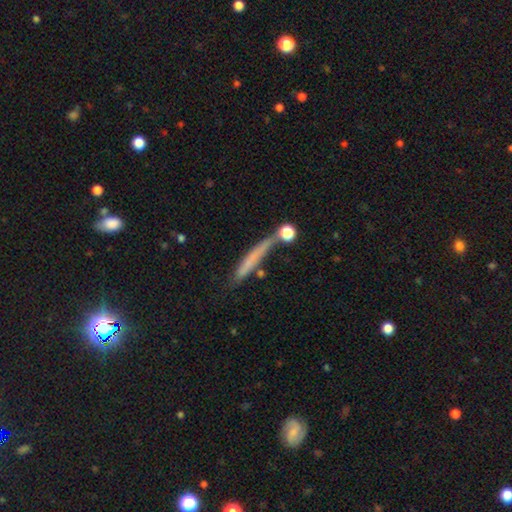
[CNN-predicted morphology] A smooth galaxy with no disk features (56%) that is cigar-shaped (92%). Merging: none (66%).